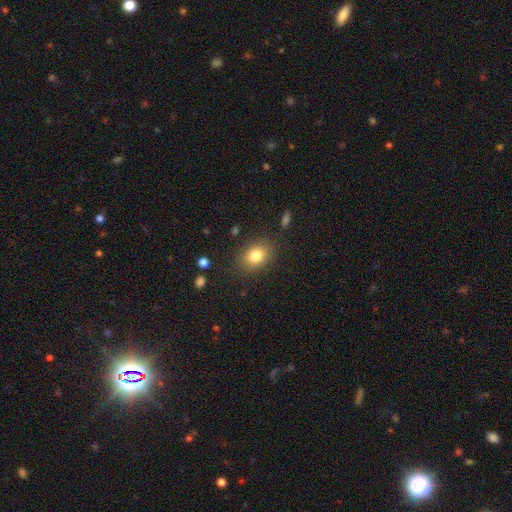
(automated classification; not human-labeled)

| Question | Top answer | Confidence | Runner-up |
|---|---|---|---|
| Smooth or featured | smooth | 83% | star or artifact (10%) |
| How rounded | in between | 59% | round (39%) |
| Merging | none | 84% | minor disturbance (11%) |